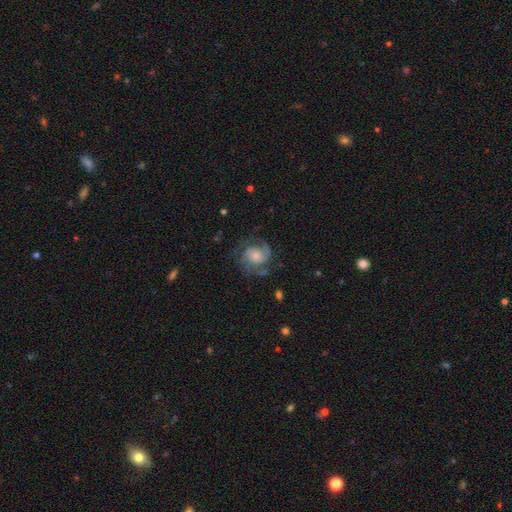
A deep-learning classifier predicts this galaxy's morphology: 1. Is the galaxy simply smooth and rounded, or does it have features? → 76% featured or disk, 17% smooth, 7% star or artifact.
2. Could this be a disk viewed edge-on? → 98% no, 2% yes.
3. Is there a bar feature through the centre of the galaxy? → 70% no, 25% weak, 5% strong.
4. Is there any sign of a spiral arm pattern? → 93% yes, 7% no.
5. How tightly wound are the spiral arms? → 47% medium, 34% tight, 19% loose.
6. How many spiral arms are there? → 50% 2, 18% 3, 16% can't tell, 7% 1, 4% 4, 4% more than 4.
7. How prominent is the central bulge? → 45% small, 37% moderate, 10% large, 5% none, 2% dominant.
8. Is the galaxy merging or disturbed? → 62% none, 19% minor disturbance, 17% major disturbance, 2% merger.